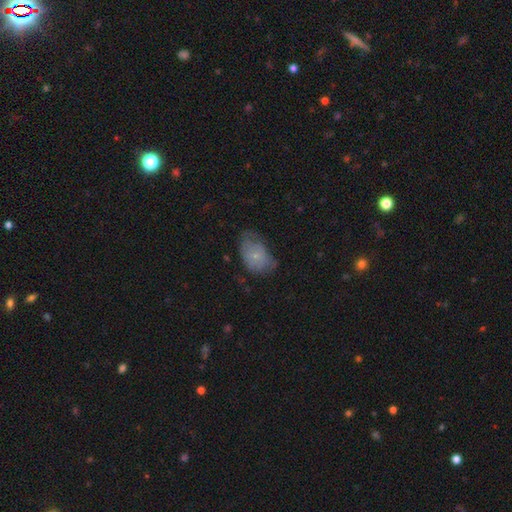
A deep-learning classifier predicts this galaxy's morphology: A smooth galaxy with no disk features (67%) that is in between round and cigar-shaped (83%). Merging: minor disturbance (39%).